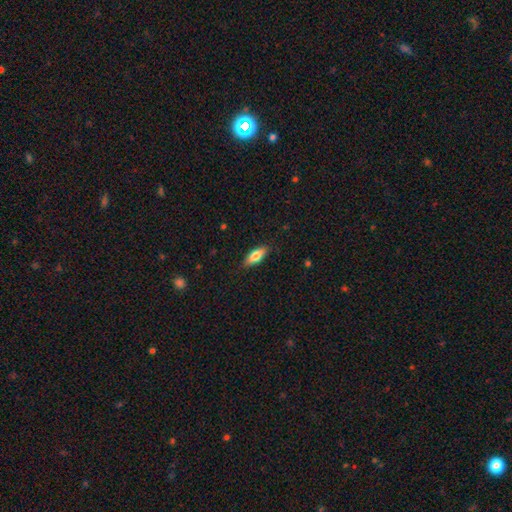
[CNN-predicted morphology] type=smooth (73%); roundness=in between (70%); merging=none (87%).